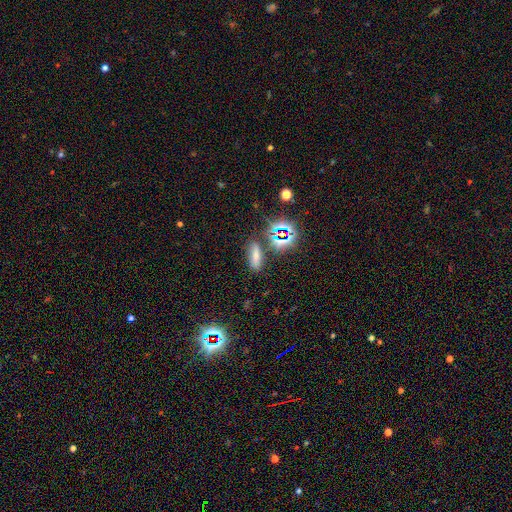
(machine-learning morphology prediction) This appears to be a smooth galaxy with no disk features (61%) that is in between round and cigar-shaped (53%). Merging: none (75%).